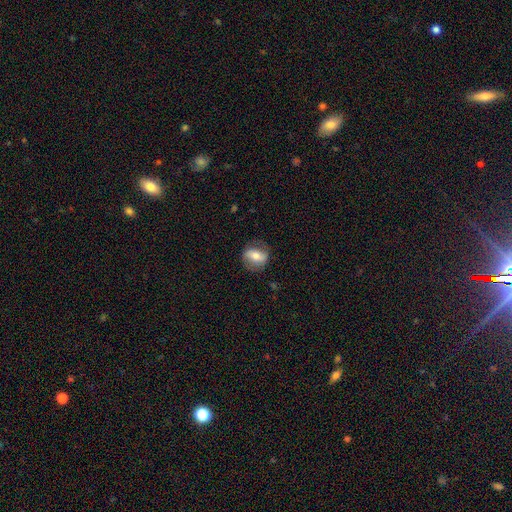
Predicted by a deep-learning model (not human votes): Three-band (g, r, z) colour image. It shows a smooth galaxy with no disk features (49%). Merging: none (75%).